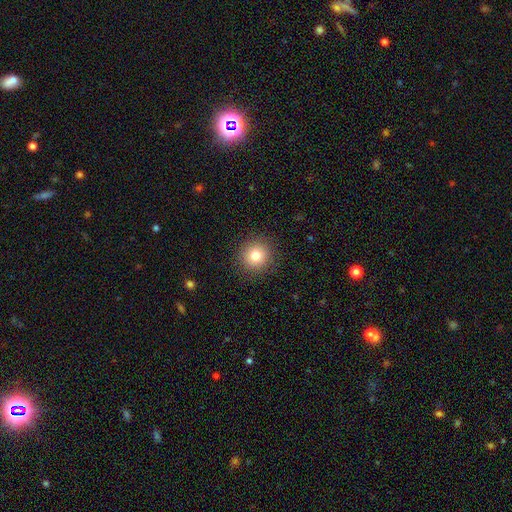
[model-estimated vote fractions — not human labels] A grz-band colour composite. It shows a smooth galaxy with no disk features (80%) that is round (93%). Merging: none (90%).